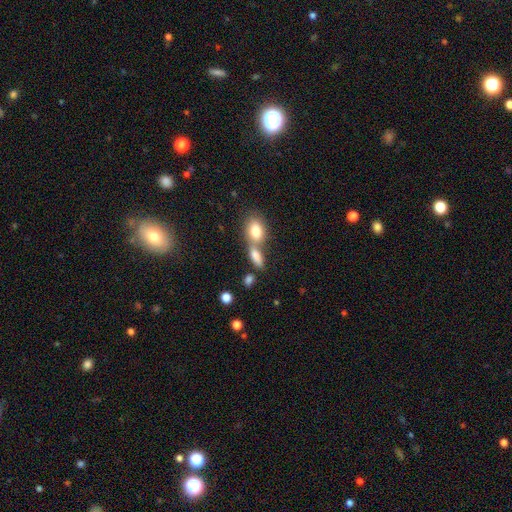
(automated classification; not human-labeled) Q: Smooth or featured?
A: smooth (79%); runner-up: featured or disk (11%)
Q: How rounded?
A: in between (76%); runner-up: cigar-shaped (14%)
Q: Merging?
A: merger (48%); runner-up: none (39%)